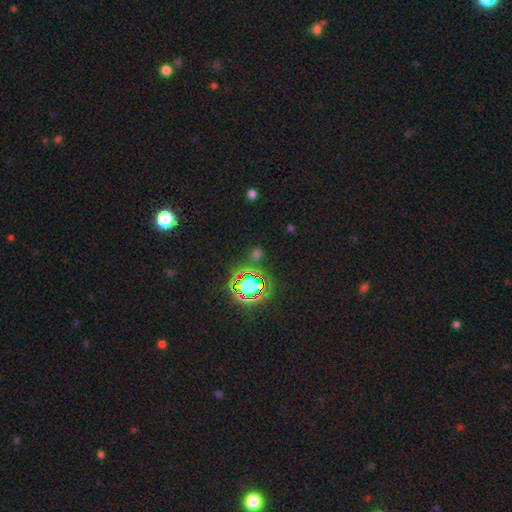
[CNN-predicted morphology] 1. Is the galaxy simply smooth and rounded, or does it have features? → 66% star or artifact, 25% smooth, 9% featured or disk.